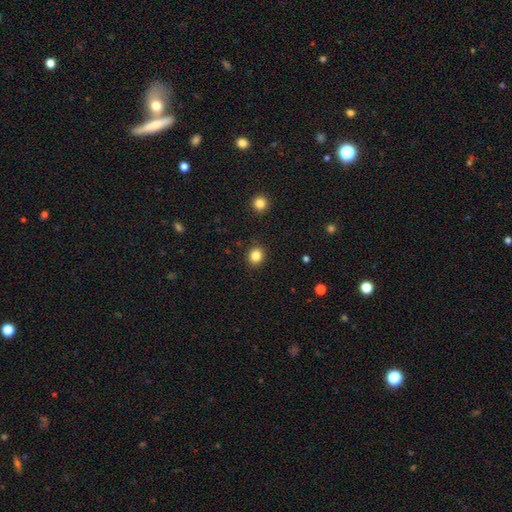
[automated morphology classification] smooth 84%, star or artifact 11%, featured or disk 5%. Down the decision tree: how rounded — round (80%); merging — none (90%).